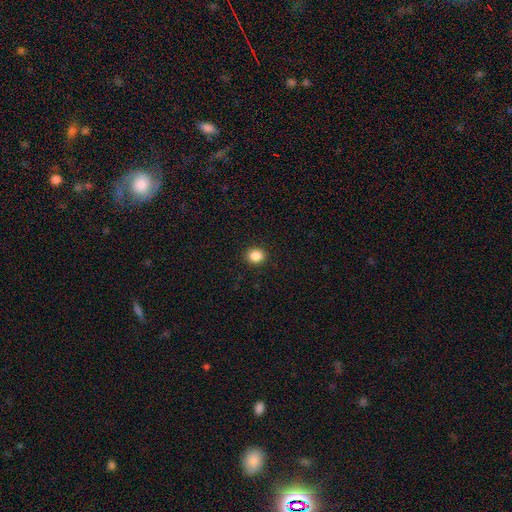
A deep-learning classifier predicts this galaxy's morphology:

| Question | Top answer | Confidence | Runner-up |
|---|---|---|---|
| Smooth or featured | smooth | 87% | star or artifact (10%) |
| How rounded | round | 64% | in between (35%) |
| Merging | none | 92% | minor disturbance (6%) |